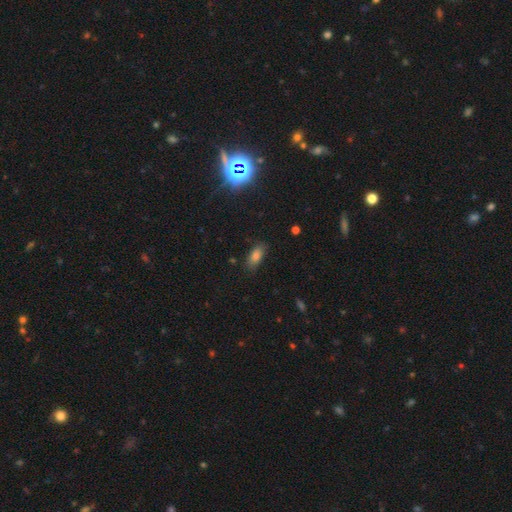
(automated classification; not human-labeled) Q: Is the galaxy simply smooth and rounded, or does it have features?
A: smooth — 78%.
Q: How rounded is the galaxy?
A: in between — 83%.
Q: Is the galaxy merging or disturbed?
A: none — 82%.